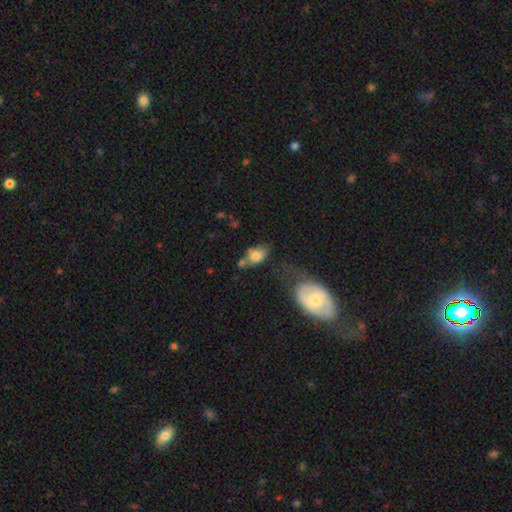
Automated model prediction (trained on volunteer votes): Smooth or featured? smooth (75%)
How rounded? in between (82%)
Merging? none (38%)